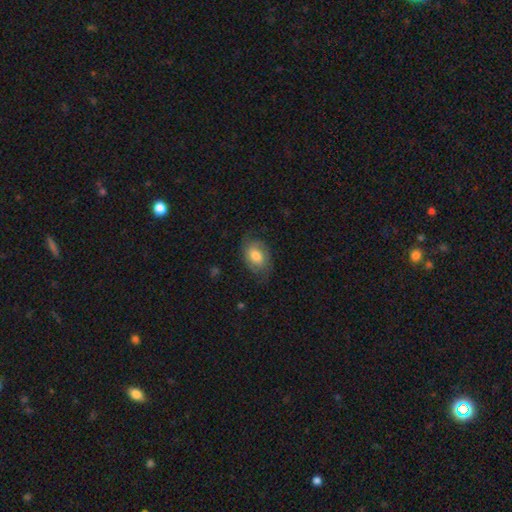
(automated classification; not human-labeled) A smooth galaxy with no disk features (56%) that is in between round and cigar-shaped (80%).

Vote fractions:
- Smooth or featured? smooth: 56% / featured or disk: 37% / star or artifact: 7%
- How rounded? in between: 80% / round: 19% / cigar-shaped: 1%
- Merging? none: 66% / minor disturbance: 23% / major disturbance: 10% / merger: 1%